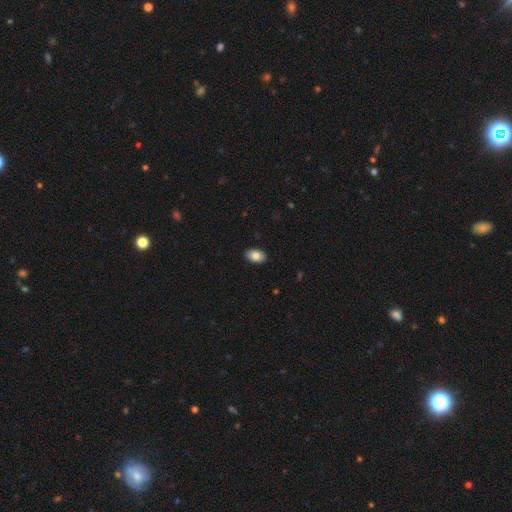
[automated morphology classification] Smooth or featured? smooth (84%)
How rounded? in between (90%)
Merging? none (90%)